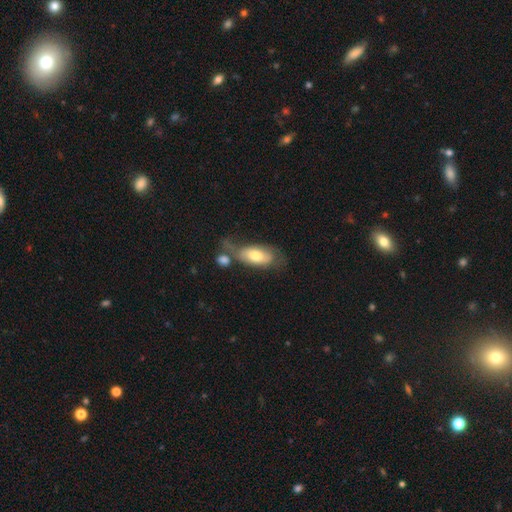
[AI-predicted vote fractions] Smooth or featured?
  - smooth: 65% *
  - featured or disk: 29%
  - star or artifact: 6%
How rounded?
  - in between: 89% *
  - cigar-shaped: 8%
  - round: 4%
Merging?
  - none: 33% *
  - merger: 26%
  - minor disturbance: 22%
  - major disturbance: 19%